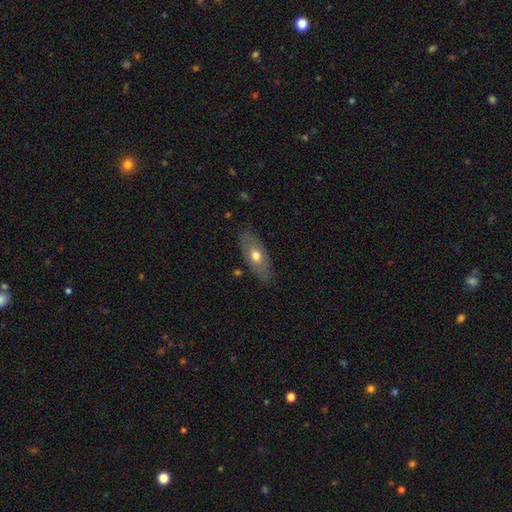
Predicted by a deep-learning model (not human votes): Morphology: type=smooth (58%); roundness=in between (86%); merging=none (82%).